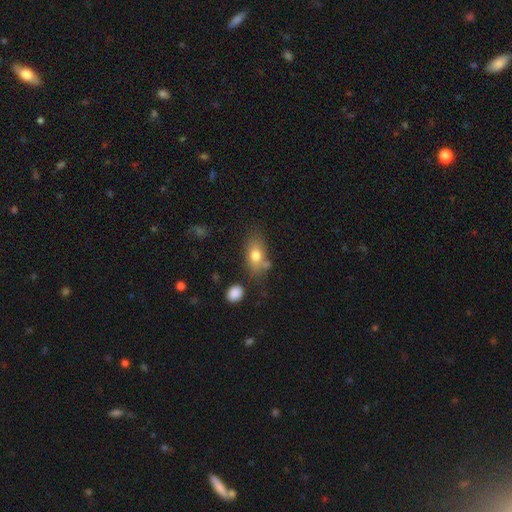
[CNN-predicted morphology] smooth 76%, featured or disk 16%, star or artifact 8%. Down the decision tree: how rounded — in between (81%); merging — none (59%).